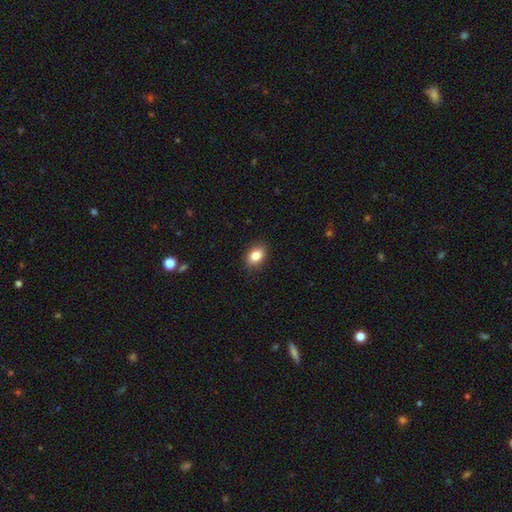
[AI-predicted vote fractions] Smooth or featured? Predicted: smooth (p=0.85). How rounded? Predicted: in between (p=0.73). Merging? Predicted: none (p=0.87).